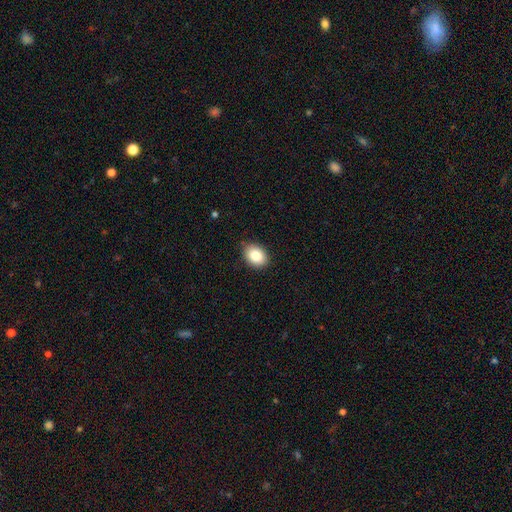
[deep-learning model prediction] Morphology: type=smooth (85%); roundness=in between (70%); merging=none (88%).